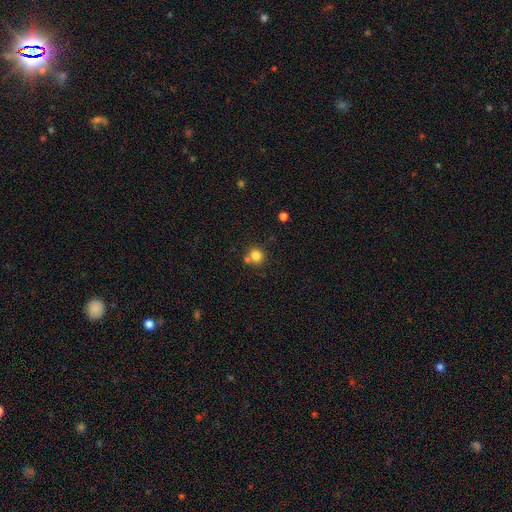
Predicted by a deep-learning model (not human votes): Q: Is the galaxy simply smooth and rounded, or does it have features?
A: smooth — 81%.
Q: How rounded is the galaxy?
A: round — 91%.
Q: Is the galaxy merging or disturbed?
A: none — 70%.